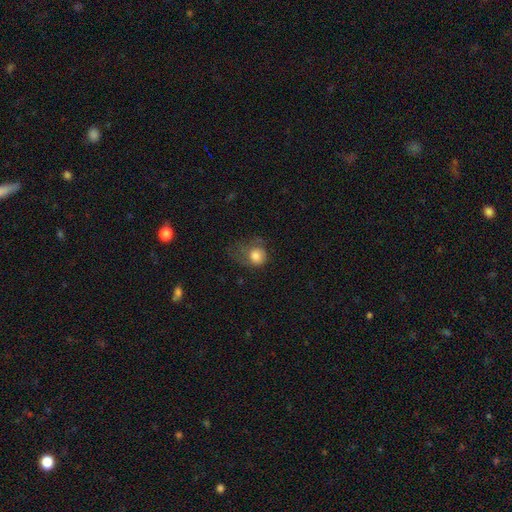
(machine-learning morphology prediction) Smooth or featured? smooth (74%)
How rounded? round (69%)
Merging? major disturbance (43%)